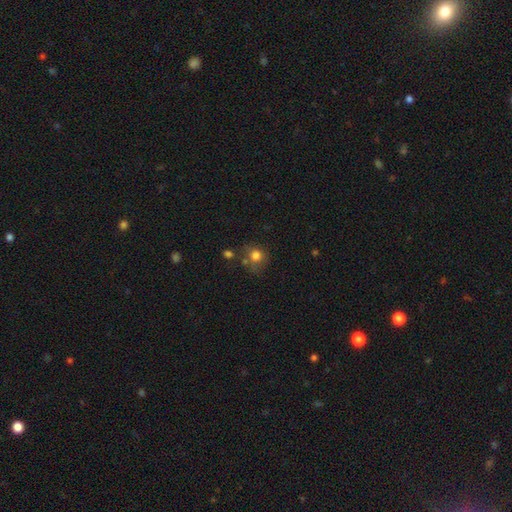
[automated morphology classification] Smooth or featured? smooth (78%)
How rounded? round (80%)
Merging? none (56%)